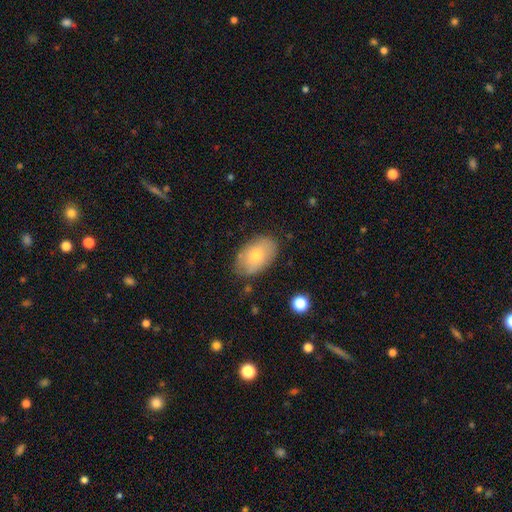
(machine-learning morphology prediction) Smooth or featured?
  - smooth: 70% *
  - featured or disk: 23%
  - star or artifact: 7%
How rounded?
  - in between: 91% *
  - round: 8%
  - cigar-shaped: 1%
Merging?
  - none: 80% *
  - minor disturbance: 15%
  - major disturbance: 3%
  - merger: 1%